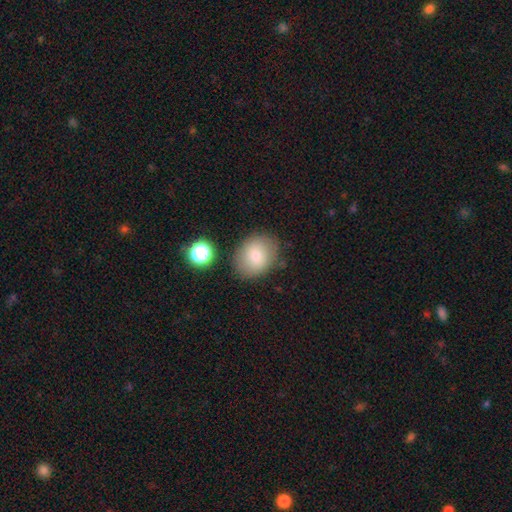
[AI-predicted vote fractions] smooth-or-featured: smooth: 79% | featured or disk: 12% | star or artifact: 9%
  how-rounded: round: 51% | in between: 48% | cigar-shaped: 1%
  merging: none: 78% | minor disturbance: 14% | merger: 4% | major disturbance: 4%